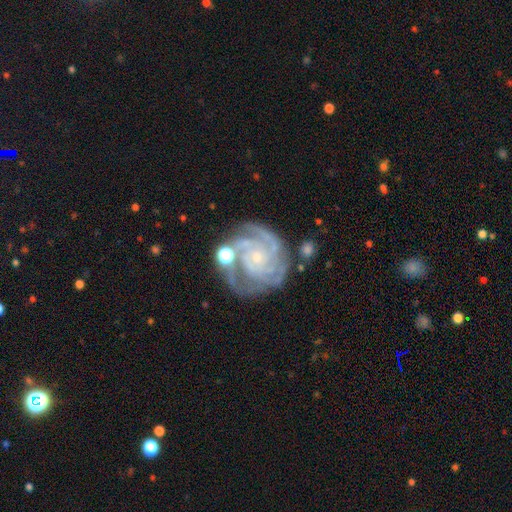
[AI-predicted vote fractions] A featured or disk galaxy (87%) with no bar (72%), 3 (34%) tight (76%) spiral arms (98%) and a small central bulge (80%).

Vote fractions:
- Smooth or featured? featured or disk: 87% / star or artifact: 7% / smooth: 6%
- Edge-on disk? no: 98% / yes: 2%
- Bar? no: 72% / weak: 20% / strong: 8%
- Spiral arms? yes: 98% / no: 2%
- Spiral winding? tight: 76% / medium: 21% / loose: 3%
- Spiral arm count? 3: 34% / 2: 28% / can't tell: 15% / 4: 12% / more than 4: 6% / 1: 6%
- Bulge size? small: 80% / moderate: 14% / none: 4% / large: 1% / dominant: 1%
- Merging? none: 64% / minor disturbance: 19% / merger: 10% / major disturbance: 8%